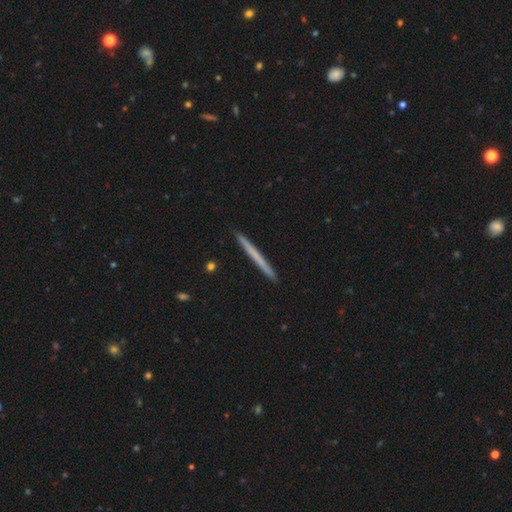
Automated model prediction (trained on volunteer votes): This is possibly a smooth galaxy (54%). How rounded: clearly cigar-shaped (97%). Merging: clearly none (93%).